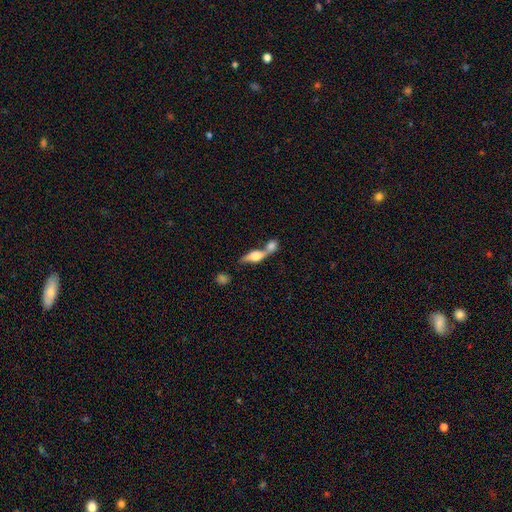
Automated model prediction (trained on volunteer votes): This appears to be a featured or disk galaxy (48%). Merging: merger (63%).